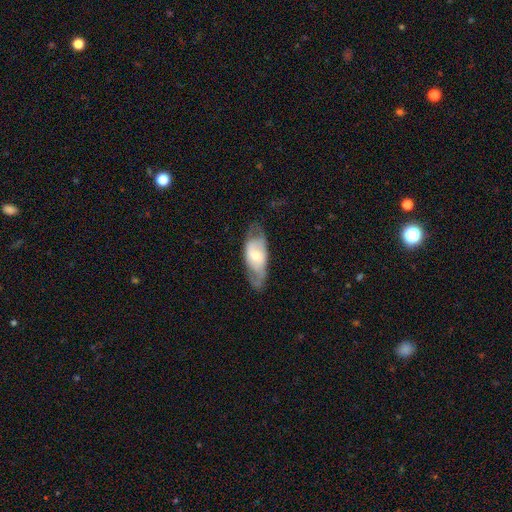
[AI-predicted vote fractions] smooth_or_featured: featured or disk (p=0.57) [alt: smooth p=0.37]
disk_edge_on: no (p=0.83) [alt: yes p=0.17]
merging: none (p=0.56) [alt: minor disturbance p=0.26]